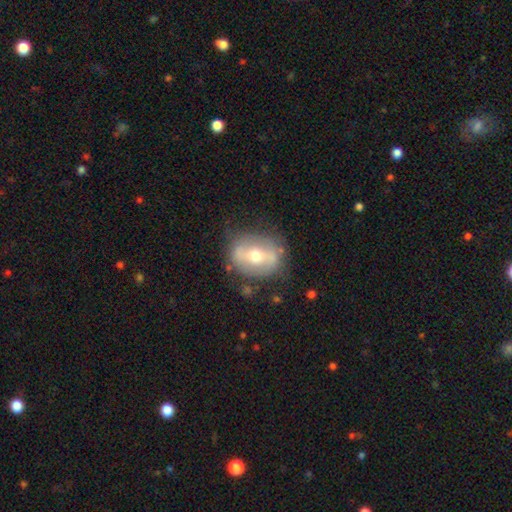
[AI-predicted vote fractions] smooth-or-featured: featured or disk: 59% | smooth: 34% | star or artifact: 7%
  disk-edge-on: no: 91% | yes: 9%
    bar: strong: 43% | weak: 32% | no: 25%
    has-spiral-arms: no: 63% | yes: 37%
    bulge-size: moderate: 71% | small: 22% | large: 6% | dominant: 1% | none: 1%
  merging: none: 73% | minor disturbance: 18% | major disturbance: 7% | merger: 3%